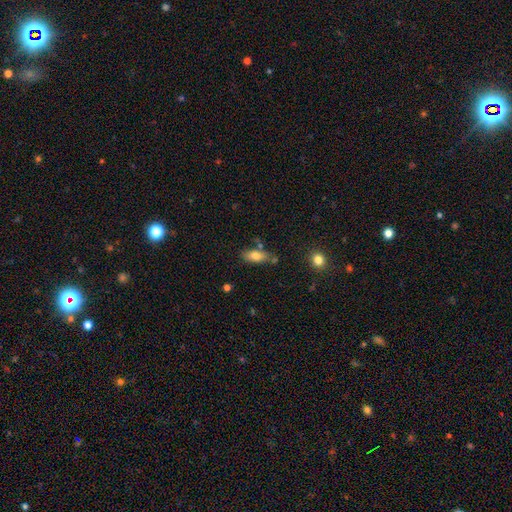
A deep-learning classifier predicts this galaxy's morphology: Smooth or featured? Predicted: smooth (p=0.77). How rounded? Predicted: in between (p=0.84). Merging? Predicted: none (p=0.67).